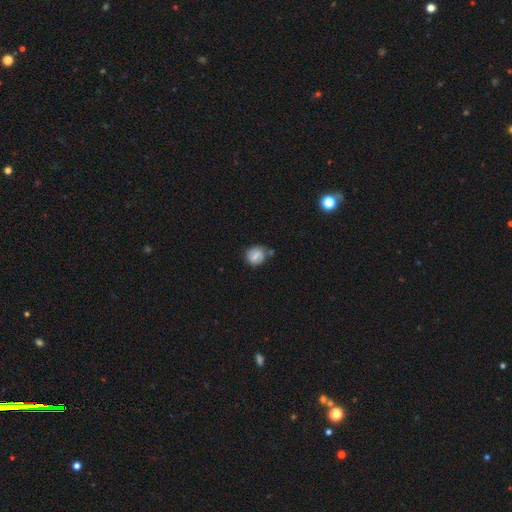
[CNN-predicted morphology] Smooth or featured? Predicted: smooth (p=0.63). How rounded? Predicted: round (p=0.76). Merging? Predicted: none (p=0.61).